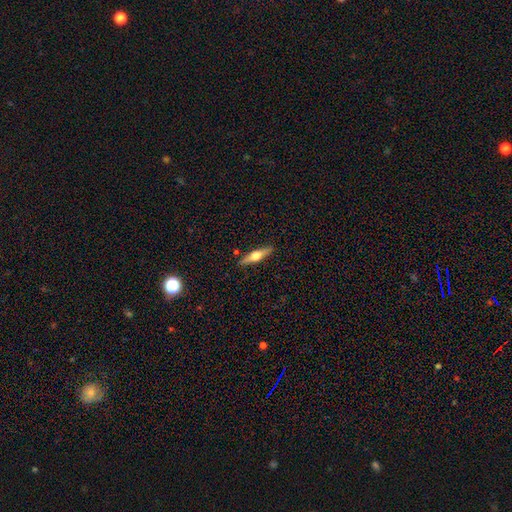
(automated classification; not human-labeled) Smooth or featured?
  - featured or disk: 60% *
  - smooth: 34%
  - star or artifact: 6%
Edge-on disk?
  - yes: 96% *
  - no: 4%
Edge-on bulge?
  - rounded: 94% *
  - boxy: 4%
  - none: 2%
Merging?
  - none: 88% *
  - minor disturbance: 8%
  - major disturbance: 2%
  - merger: 2%